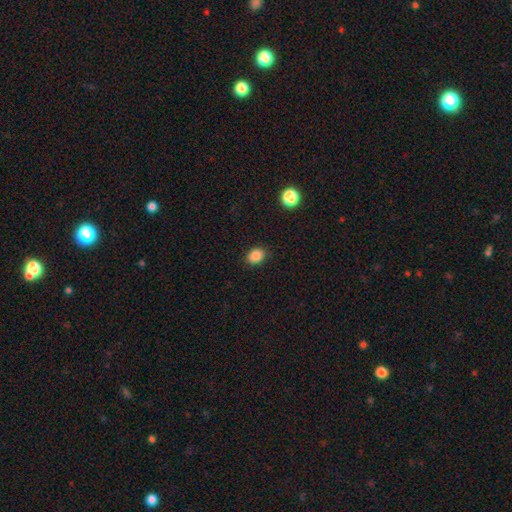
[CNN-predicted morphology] A smooth galaxy with no disk features (86%) that is in between round and cigar-shaped (56%).

Vote fractions:
- Smooth or featured? smooth: 86% / star or artifact: 10% / featured or disk: 4%
- How rounded? in between: 56% / round: 43% / cigar-shaped: 1%
- Merging? none: 87% / minor disturbance: 9% / major disturbance: 2% / merger: 1%